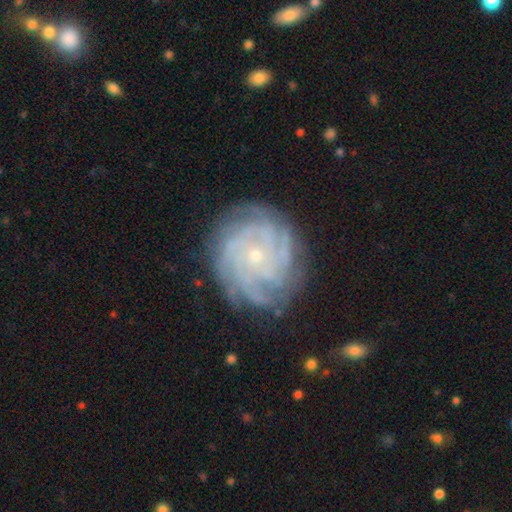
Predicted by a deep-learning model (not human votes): Smooth or featured: featured or disk — 85% (smooth — 8%)
Edge-on disk: no — 98% (yes — 2%)
Bar: no — 79% (weak — 17%)
Spiral arms: yes — 96% (no — 4%)
Spiral winding: tight — 76% (medium — 20%)
Spiral arm count: 4 — 27% (can't tell — 25%)
Bulge size: small — 80% (moderate — 16%)
Merging: none — 79% (minor disturbance — 14%)